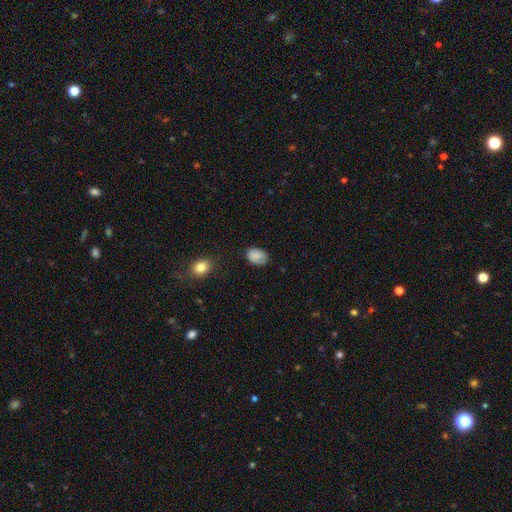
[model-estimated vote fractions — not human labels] Smooth or featured? Predicted: smooth (p=0.85). How rounded? Predicted: in between (p=0.74). Merging? Predicted: none (p=0.73).